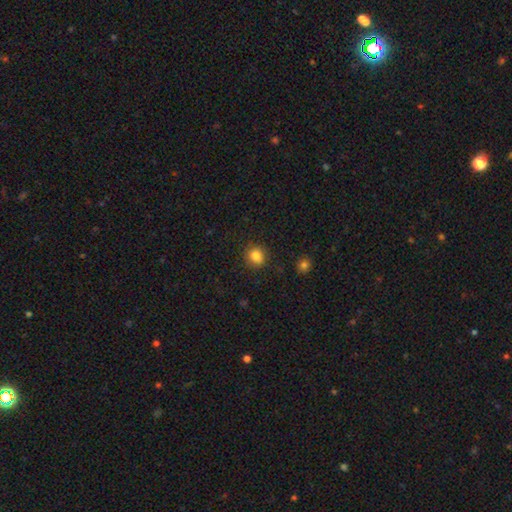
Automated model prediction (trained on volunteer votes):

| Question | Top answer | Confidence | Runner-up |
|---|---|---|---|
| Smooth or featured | smooth | 82% | star or artifact (11%) |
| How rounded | round | 84% | in between (15%) |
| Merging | none | 83% | minor disturbance (11%) |